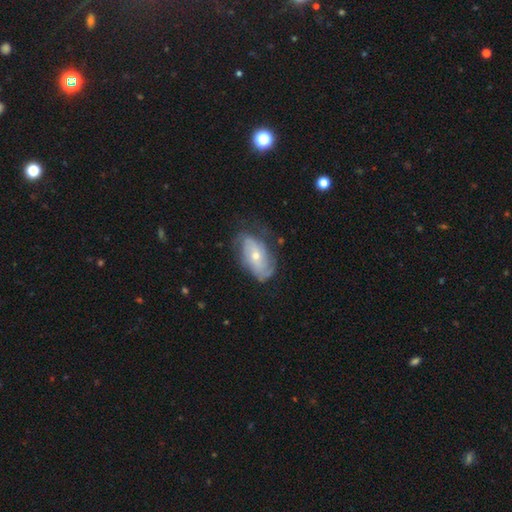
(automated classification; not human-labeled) smooth-or-featured: featured or disk: 69% | smooth: 25% | star or artifact: 6%
  disk-edge-on: no: 94% | yes: 6%
    bar: no: 65% | weak: 27% | strong: 7%
    has-spiral-arms: yes: 85% | no: 15%
      spiral-winding: tight: 42% | medium: 36% | loose: 22%
      spiral-arm-count: 2: 42% | can't tell: 34% | 3: 12% | 1: 6% | 4: 4% | more than 4: 3%
    bulge-size: small: 50% | moderate: 47% | large: 2% | none: 1% | dominant: 1%
  merging: none: 61% | minor disturbance: 26% | major disturbance: 11% | merger: 2%